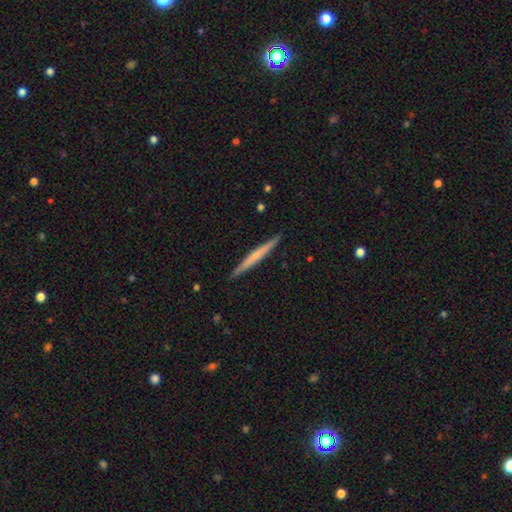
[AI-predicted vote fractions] This is possibly a featured or disk galaxy (48%). Merging: clearly none (92%).